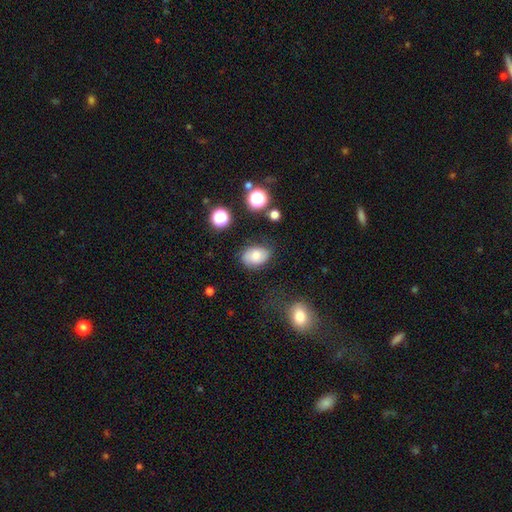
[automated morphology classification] Smooth or featured? smooth (75%)
How rounded? in between (81%)
Merging? none (74%)